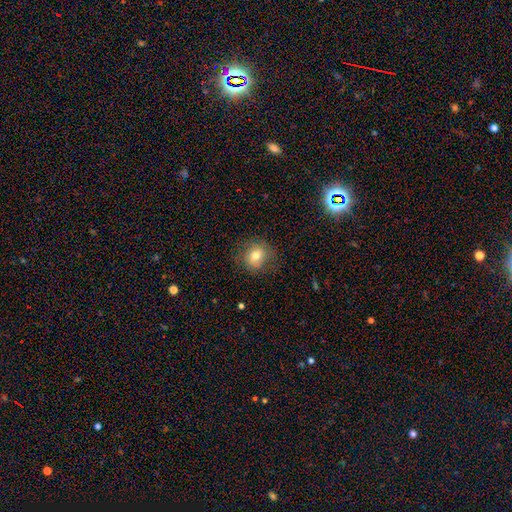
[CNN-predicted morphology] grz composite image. It shows a smooth galaxy with no disk features (74%) that is round (73%). Merging: none (76%).